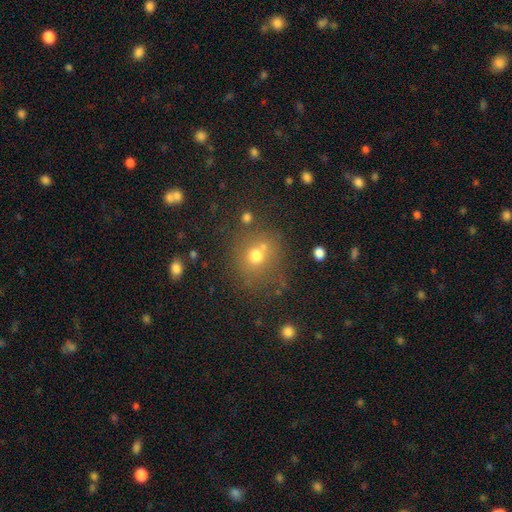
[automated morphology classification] Smooth or featured?
  - smooth: 68% *
  - star or artifact: 19%
  - featured or disk: 13%
How rounded?
  - round: 86% *
  - in between: 13%
  - cigar-shaped: 1%
Merging?
  - none: 65% *
  - merger: 18%
  - minor disturbance: 11%
  - major disturbance: 5%